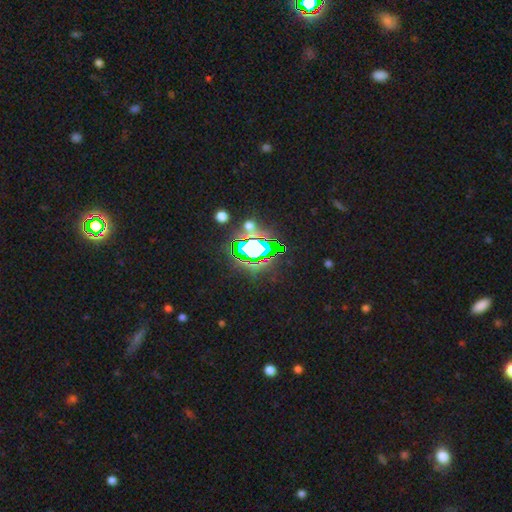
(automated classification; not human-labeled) Q: Smooth or featured?
A: star or artifact (74%); runner-up: smooth (16%)